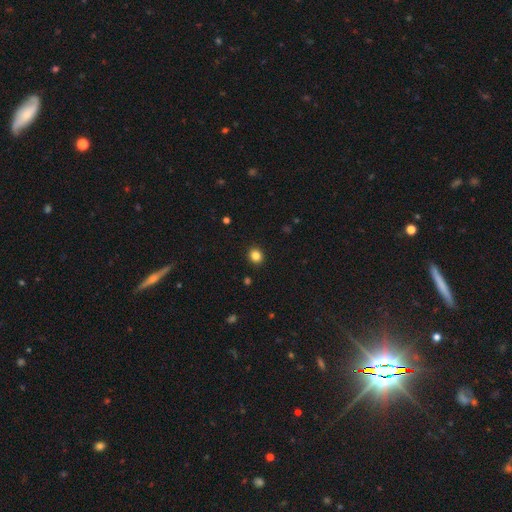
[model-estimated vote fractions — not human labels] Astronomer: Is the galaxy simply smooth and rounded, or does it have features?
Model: smooth — 84%.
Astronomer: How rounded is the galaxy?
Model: round — 79%.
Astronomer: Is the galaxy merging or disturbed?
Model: none — 92%.